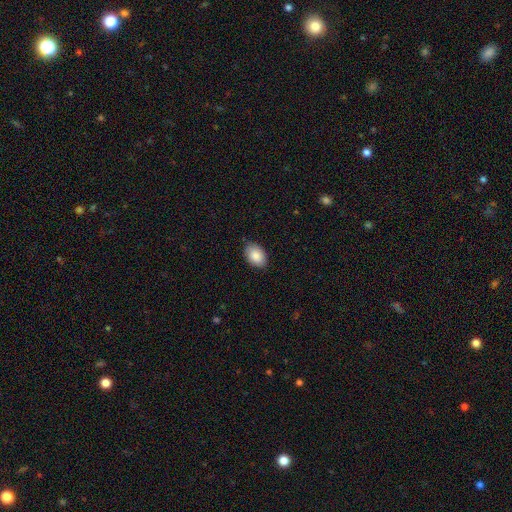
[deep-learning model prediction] A smooth galaxy with no disk features (87%) that is in between round and cigar-shaped (87%).

Vote fractions:
- Smooth or featured? smooth: 87% / featured or disk: 7% / star or artifact: 7%
- How rounded? in between: 87% / round: 12% / cigar-shaped: 1%
- Merging? none: 84% / minor disturbance: 13% / major disturbance: 2% / merger: 1%